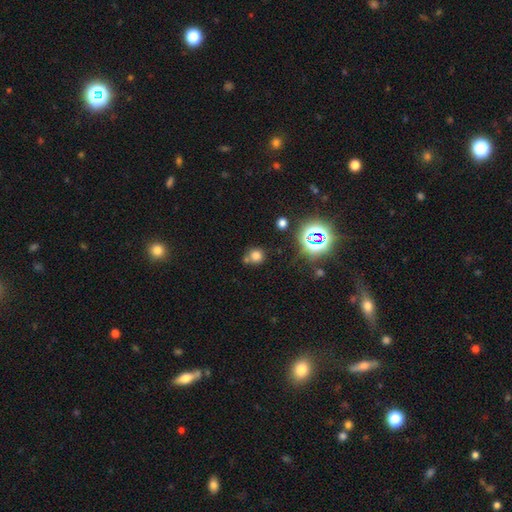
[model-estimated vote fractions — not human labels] Q: Smooth or featured?
A: smooth (70%); runner-up: star or artifact (23%)
Q: How rounded?
A: round (86%); runner-up: in between (12%)
Q: Merging?
A: none (61%); runner-up: merger (23%)